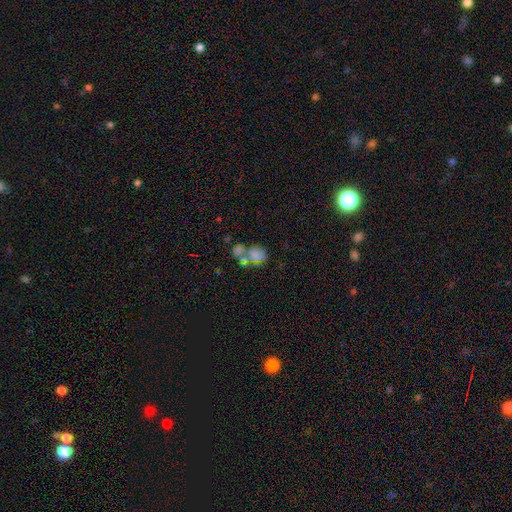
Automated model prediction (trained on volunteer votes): A smooth galaxy with no disk features (53%) that is in between round and cigar-shaped (50%). Merging: merger (39%).